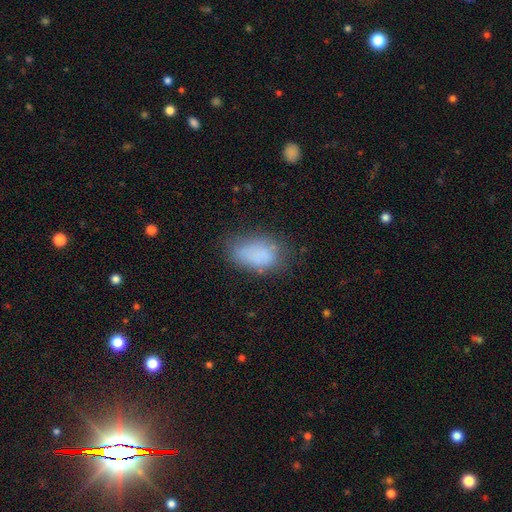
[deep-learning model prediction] Smooth or featured? smooth (79%)
How rounded? in between (91%)
Merging? none (59%)